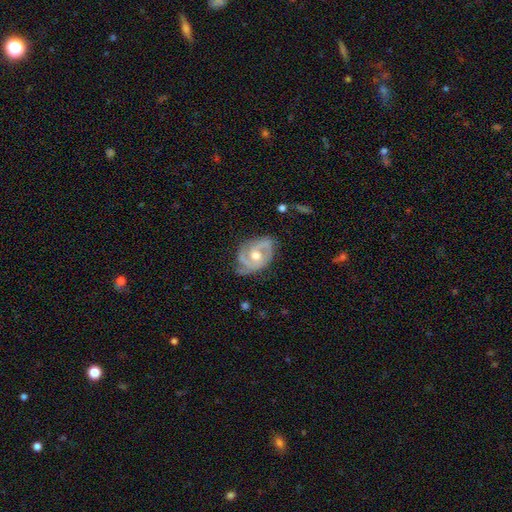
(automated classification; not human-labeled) smooth-or-featured: featured or disk: 85% | smooth: 10% | star or artifact: 5%
  disk-edge-on: no: 97% | yes: 3%
    bar: no: 62% | weak: 30% | strong: 8%
    has-spiral-arms: yes: 93% | no: 7%
      spiral-winding: medium: 43% (tied) | tight: 43% (tied) | loose: 15%
      spiral-arm-count: 2: 59% | 3: 19% | can't tell: 13% | 1: 4% | 4: 3% | more than 4: 3%
    bulge-size: moderate: 78% | small: 13% | large: 8% | none: 1% | dominant: 1%
  merging: none: 64% | minor disturbance: 25% | major disturbance: 9% | merger: 2%